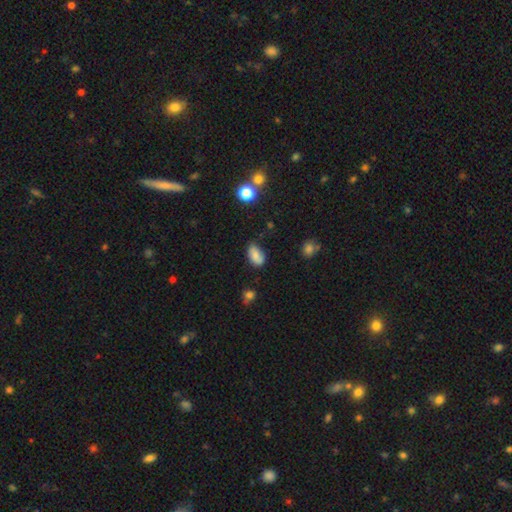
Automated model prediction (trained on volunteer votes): Smooth or featured? Predicted: smooth (p=0.75). How rounded? Predicted: in between (p=0.90). Merging? Predicted: none (p=0.61).